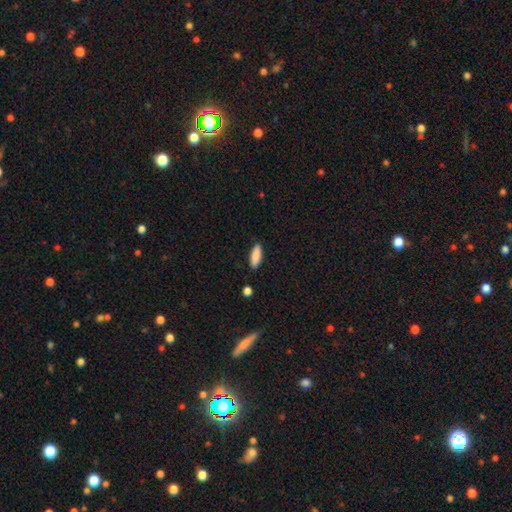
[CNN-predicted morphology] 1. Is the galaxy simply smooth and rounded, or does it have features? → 88% smooth, 6% star or artifact, 6% featured or disk.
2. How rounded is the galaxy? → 63% in between, 35% cigar-shaped, 2% round.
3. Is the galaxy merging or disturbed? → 86% none, 10% minor disturbance, 2% major disturbance, 2% merger.